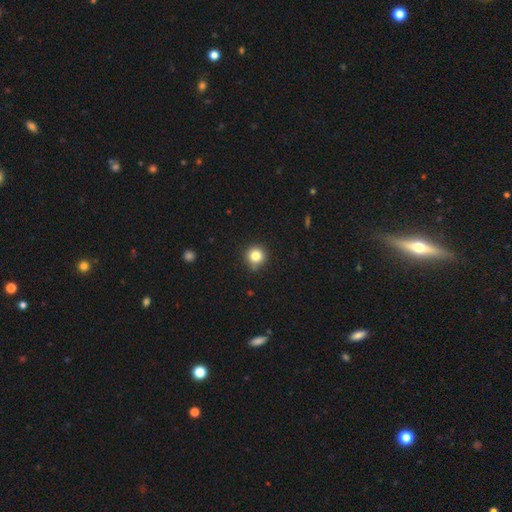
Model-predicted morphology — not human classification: This appears to be a smooth galaxy with no disk features (82%) that is round (94%). Merging: none (85%).